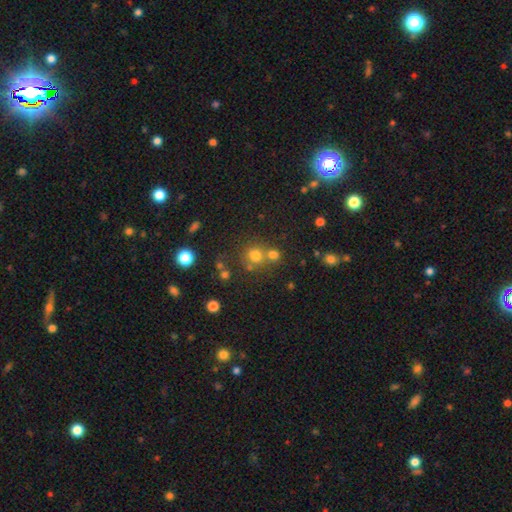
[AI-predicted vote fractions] Morphology: type=smooth (72%); roundness=round (87%); merging=none (56%).